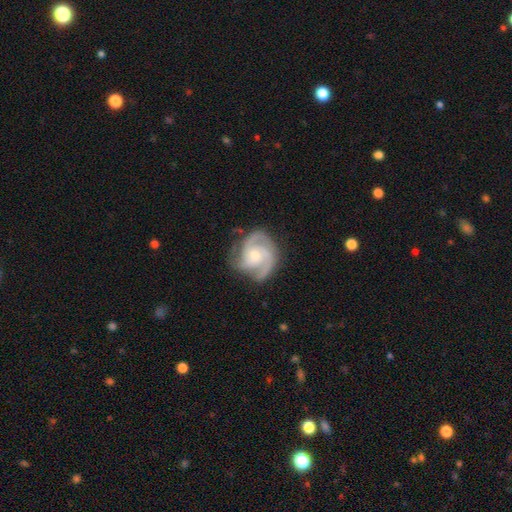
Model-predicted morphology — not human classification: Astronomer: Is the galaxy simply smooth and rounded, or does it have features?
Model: featured or disk — 90%.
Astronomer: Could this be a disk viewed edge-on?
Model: no — 98%.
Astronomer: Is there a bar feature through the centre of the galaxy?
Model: no — 69%.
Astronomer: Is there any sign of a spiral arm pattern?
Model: yes — 98%.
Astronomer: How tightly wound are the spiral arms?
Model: tight — 50% (runner-up: medium, 44%).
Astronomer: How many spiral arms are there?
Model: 3 — 68%.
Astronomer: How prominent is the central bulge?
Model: moderate — 48% (runner-up: small, 45%).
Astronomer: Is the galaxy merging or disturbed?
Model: none — 75%.